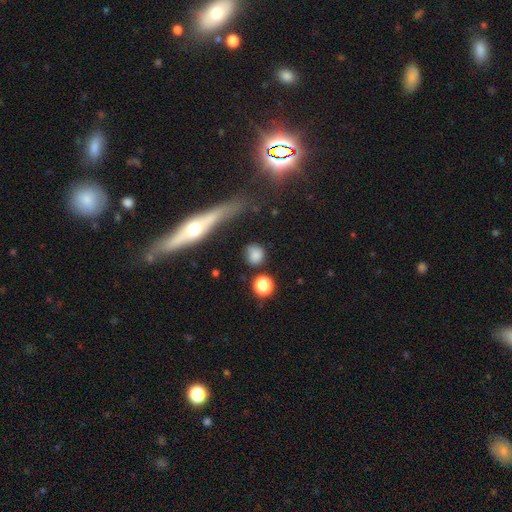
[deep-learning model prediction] This is likely a smooth galaxy (80%). How rounded: likely round (78%). Merging: likely none (78%).